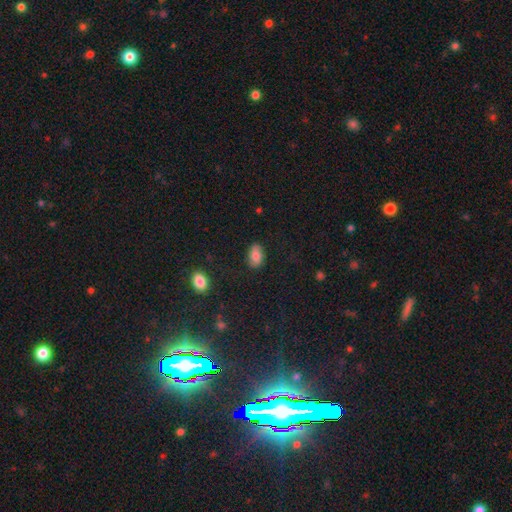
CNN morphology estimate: Overall: smooth (84%). How rounded: in between (90%). Merging: none (81%).